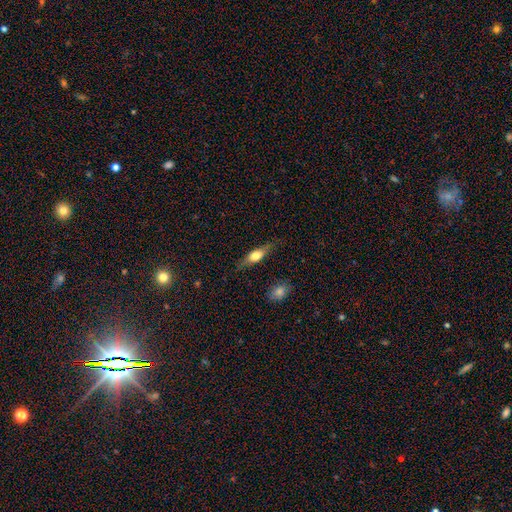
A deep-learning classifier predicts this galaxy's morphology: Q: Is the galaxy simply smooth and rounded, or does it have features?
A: smooth — 54%.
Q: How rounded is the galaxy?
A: cigar-shaped — 53%.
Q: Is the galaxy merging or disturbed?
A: none — 80%.